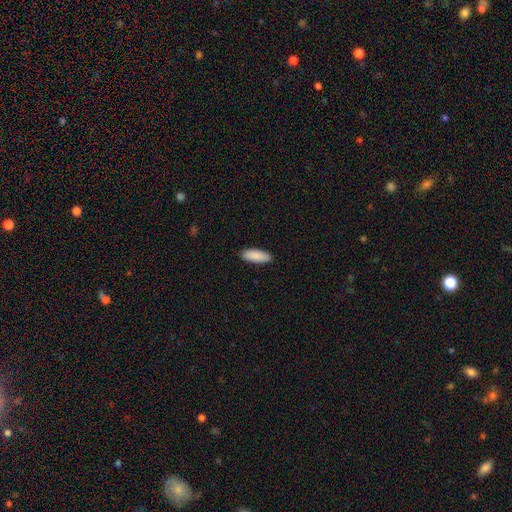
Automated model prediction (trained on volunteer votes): Q: Smooth or featured?
A: smooth (90%); runner-up: star or artifact (6%)
Q: How rounded?
A: in between (74%); runner-up: cigar-shaped (24%)
Q: Merging?
A: none (89%); runner-up: minor disturbance (9%)